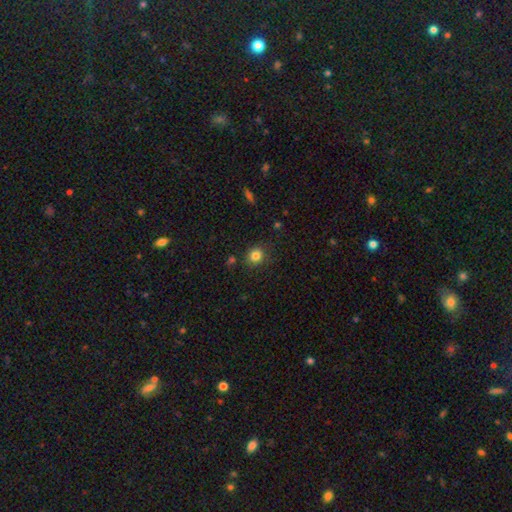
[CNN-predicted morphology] Smooth or featured: smooth — 82% (star or artifact — 12%)
How rounded: round — 84% (in between — 15%)
Merging: none — 85% (minor disturbance — 9%)